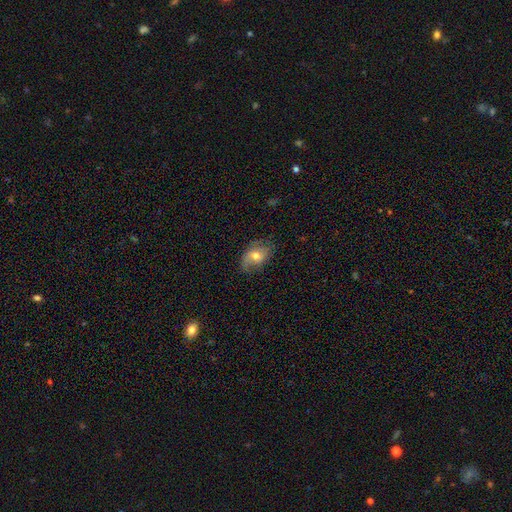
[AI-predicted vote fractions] Smooth or featured? Predicted: smooth (p=0.58). How rounded? Predicted: in between (p=0.81). Merging? Predicted: none (p=0.62).